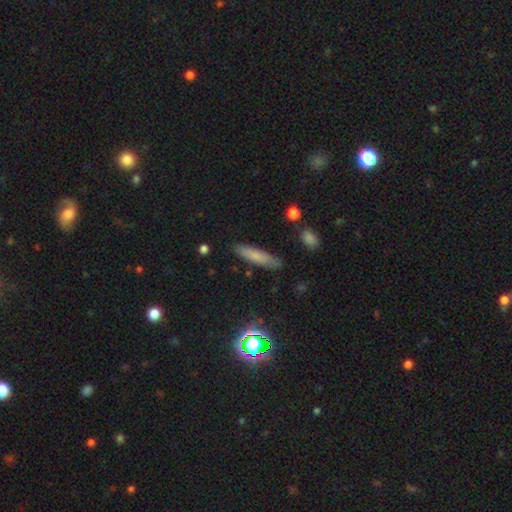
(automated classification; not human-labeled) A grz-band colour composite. It shows a smooth galaxy with no disk features (71%) that is cigar-shaped (79%). Merging: none (85%).